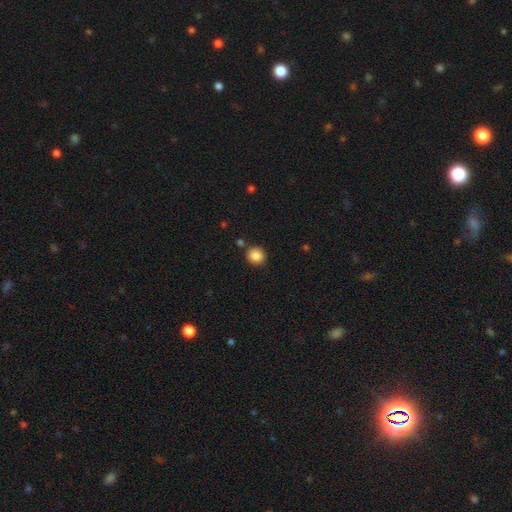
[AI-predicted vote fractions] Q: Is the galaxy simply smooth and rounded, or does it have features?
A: smooth — 87%.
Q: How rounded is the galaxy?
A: round — 87%.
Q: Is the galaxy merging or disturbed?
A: none — 86%.